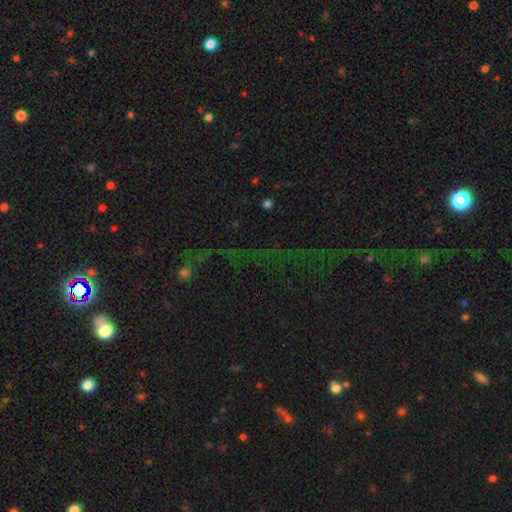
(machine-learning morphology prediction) Smooth or featured? Predicted: star or artifact (p=0.71).